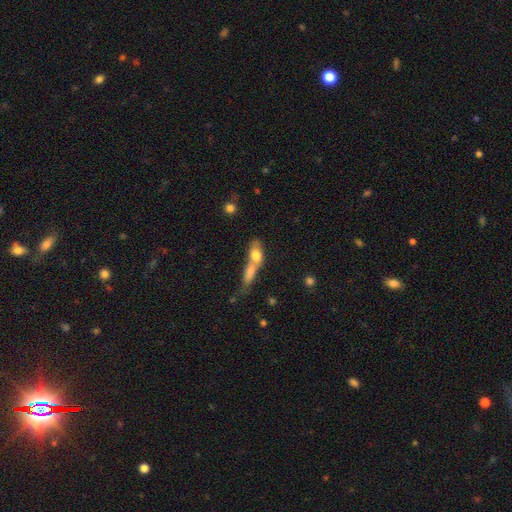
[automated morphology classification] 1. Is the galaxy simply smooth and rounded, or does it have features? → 71% smooth, 20% featured or disk, 8% star or artifact.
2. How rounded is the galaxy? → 66% in between, 22% cigar-shaped, 12% round.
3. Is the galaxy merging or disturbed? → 70% merger, 18% none, 7% minor disturbance, 5% major disturbance.